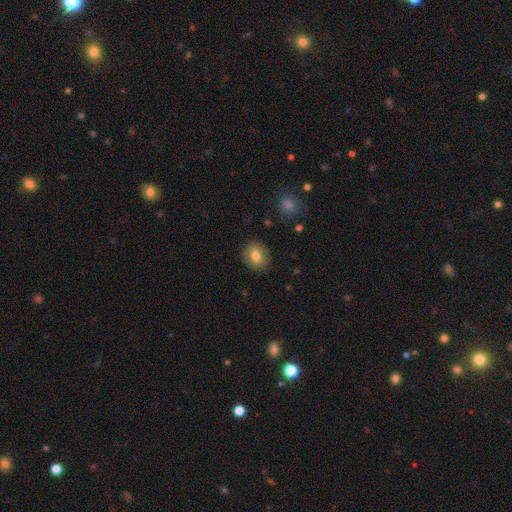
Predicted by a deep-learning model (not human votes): This appears to be a smooth galaxy with no disk features (78%) that is round (58%). Merging: none (87%).